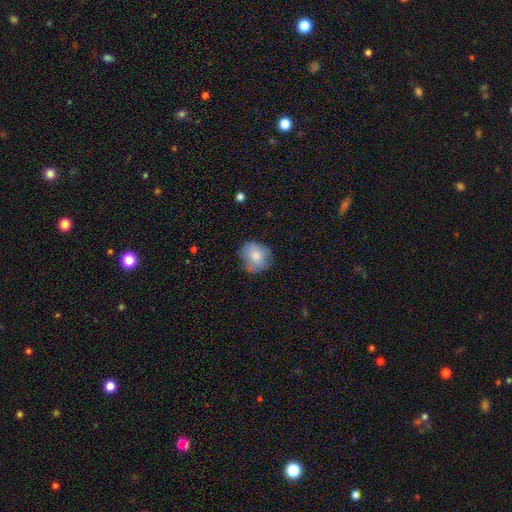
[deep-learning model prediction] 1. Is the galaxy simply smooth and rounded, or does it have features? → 76% smooth, 16% featured or disk, 8% star or artifact.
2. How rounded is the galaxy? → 77% round, 22% in between, 1% cigar-shaped.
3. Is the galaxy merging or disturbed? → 68% none, 24% minor disturbance, 6% major disturbance, 2% merger.